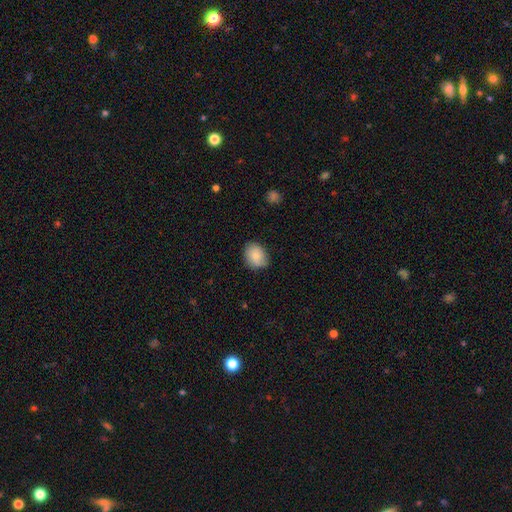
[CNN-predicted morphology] smooth_or_featured: smooth (p=0.77) [alt: featured or disk p=0.15]
how_rounded: in between (p=0.56) [alt: round p=0.43]
merging: none (p=0.73) [alt: minor disturbance p=0.21]